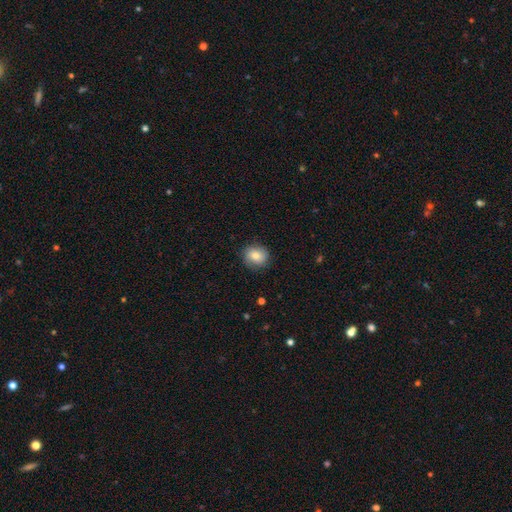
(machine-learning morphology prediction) Smooth or featured?
  - smooth: 75% *
  - featured or disk: 16%
  - star or artifact: 9%
How rounded?
  - round: 80% *
  - in between: 19%
  - cigar-shaped: 1%
Merging?
  - none: 83% *
  - minor disturbance: 13%
  - major disturbance: 3%
  - merger: 1%